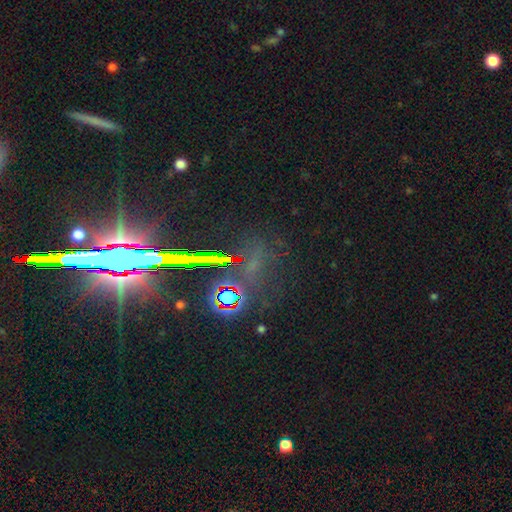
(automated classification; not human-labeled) This appears to be a star or artifact, not a galaxy (75%).